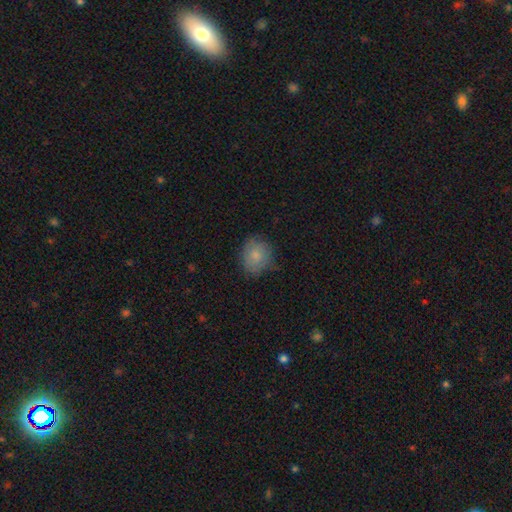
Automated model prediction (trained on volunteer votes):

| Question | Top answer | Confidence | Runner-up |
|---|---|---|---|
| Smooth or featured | smooth | 80% | featured or disk (12%) |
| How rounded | round | 71% | in between (28%) |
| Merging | none | 71% | minor disturbance (22%) |